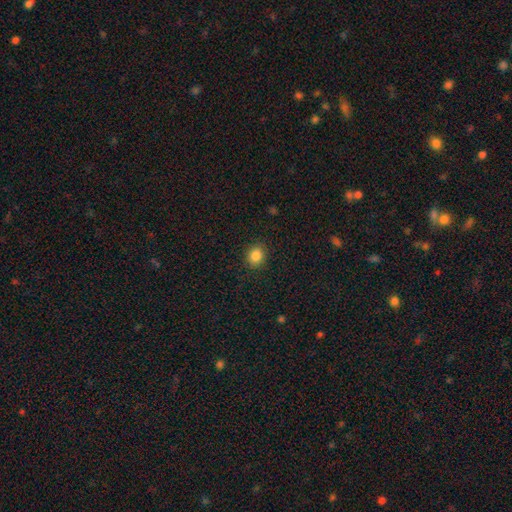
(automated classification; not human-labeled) Smooth or featured?
  - smooth: 85% *
  - star or artifact: 11%
  - featured or disk: 4%
How rounded?
  - round: 68% *
  - in between: 31%
  - cigar-shaped: 1%
Merging?
  - none: 89% *
  - minor disturbance: 7%
  - major disturbance: 2%
  - merger: 1%